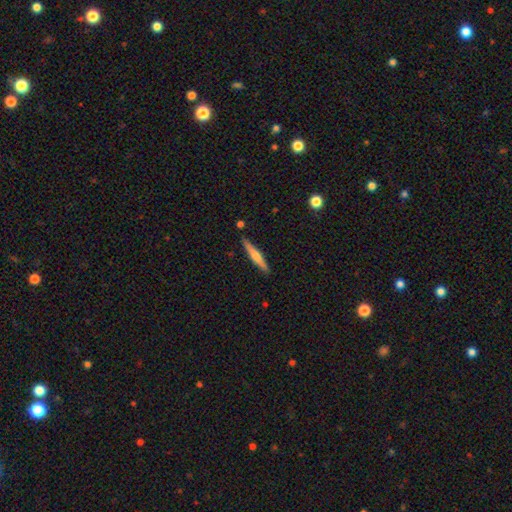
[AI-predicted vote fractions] Morphology: type=featured or disk (50%); merging=none (88%).